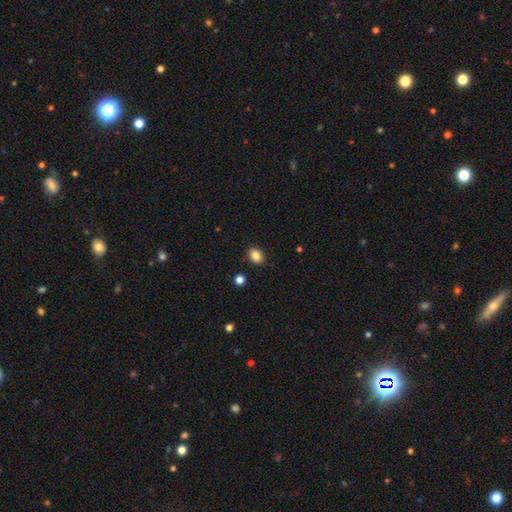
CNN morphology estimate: Overall: smooth (85%). How rounded: in between (50%; round 49%). Merging: none (89%).